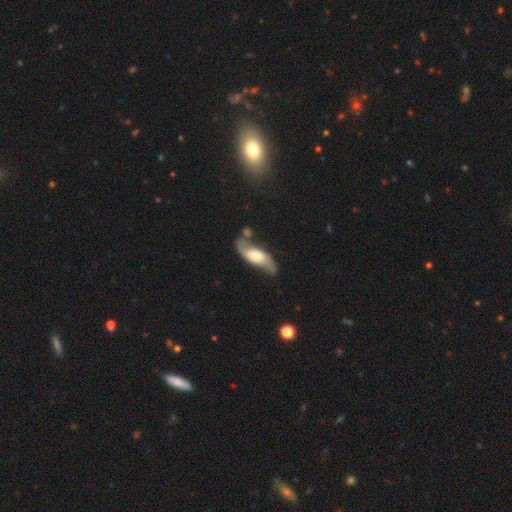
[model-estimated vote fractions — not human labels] This is likely a featured or disk galaxy (66%). It is clearly not viewed edge-on (81%). Bar: possibly no (58%). Spiral arm pattern: clearly yes (85%). Central bulge: possibly moderate (49%). Merging: possibly none (57%).